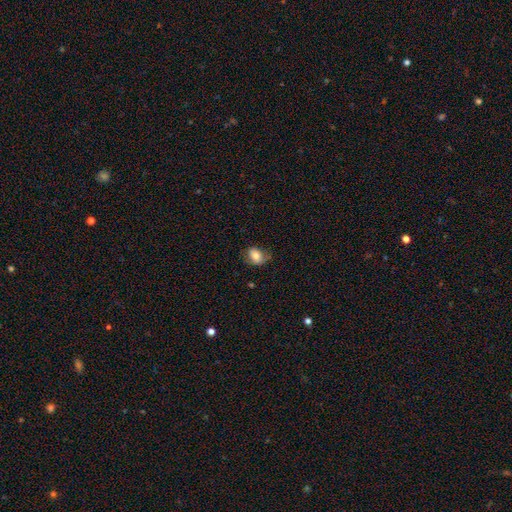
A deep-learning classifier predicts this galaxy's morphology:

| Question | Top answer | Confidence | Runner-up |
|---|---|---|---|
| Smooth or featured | smooth | 73% | featured or disk (18%) |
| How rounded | in between | 62% | round (37%) |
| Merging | none | 62% | minor disturbance (26%) |